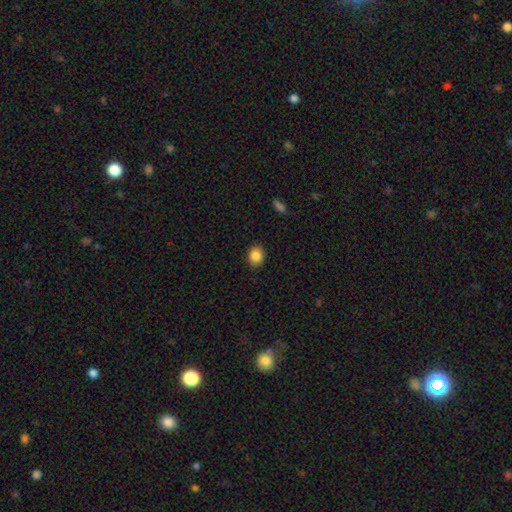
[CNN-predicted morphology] type=smooth (86%); roundness=round (55%); merging=none (89%).